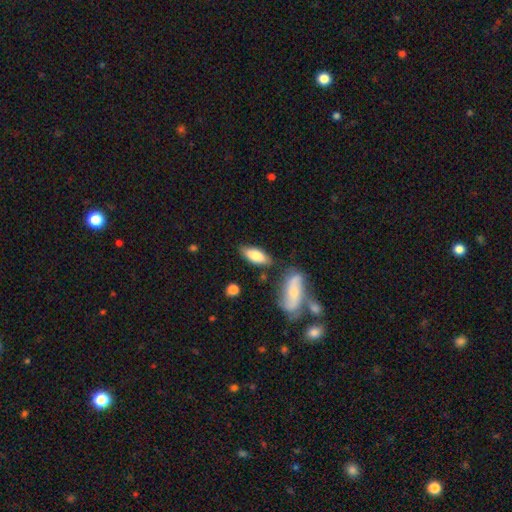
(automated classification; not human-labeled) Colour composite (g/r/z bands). It shows a smooth galaxy with no disk features (77%) that is in between round and cigar-shaped (77%). Merging: none (73%).